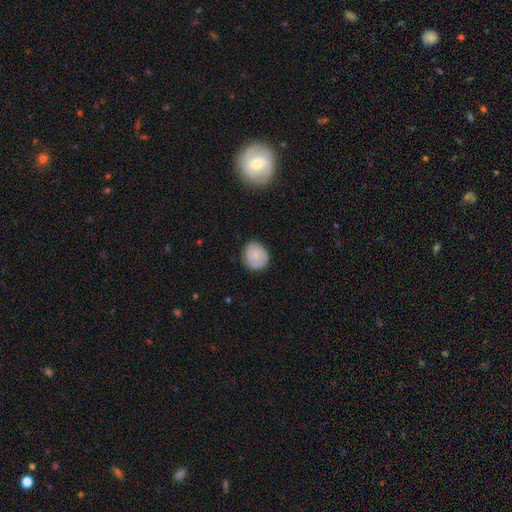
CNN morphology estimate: smooth-or-featured: smooth: 72% | featured or disk: 21% | star or artifact: 7%
  how-rounded: round: 75% | in between: 24% | cigar-shaped: 1%
  merging: none: 84% | minor disturbance: 12% | major disturbance: 3% | merger: 1%